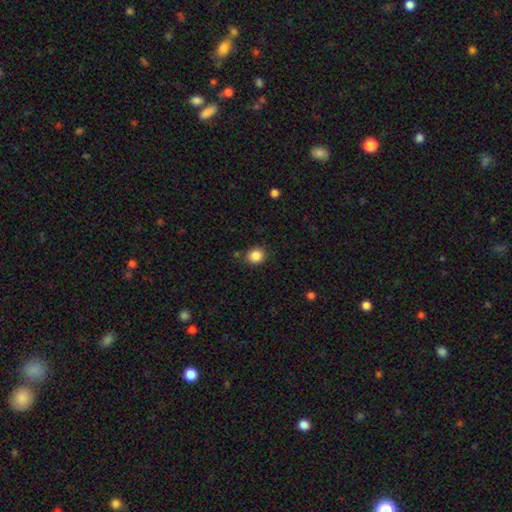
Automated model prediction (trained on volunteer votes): Smooth or featured?
  - smooth: 86% *
  - star or artifact: 10%
  - featured or disk: 4%
How rounded?
  - round: 83% *
  - in between: 16%
  - cigar-shaped: 1%
Merging?
  - none: 84% *
  - minor disturbance: 10%
  - merger: 3%
  - major disturbance: 3%